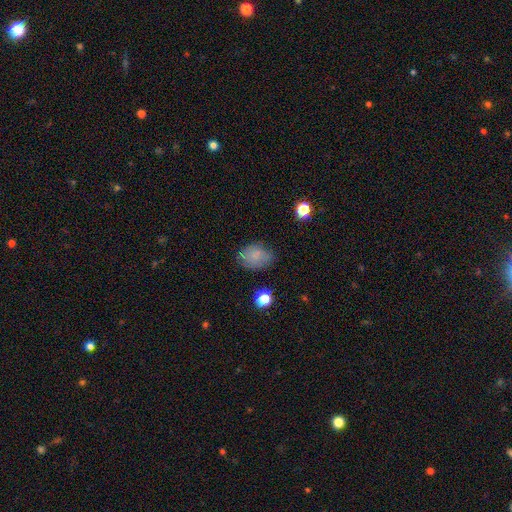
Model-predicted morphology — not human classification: A smooth galaxy with no disk features (73%) that is in between round and cigar-shaped (67%). Merging: none (66%).